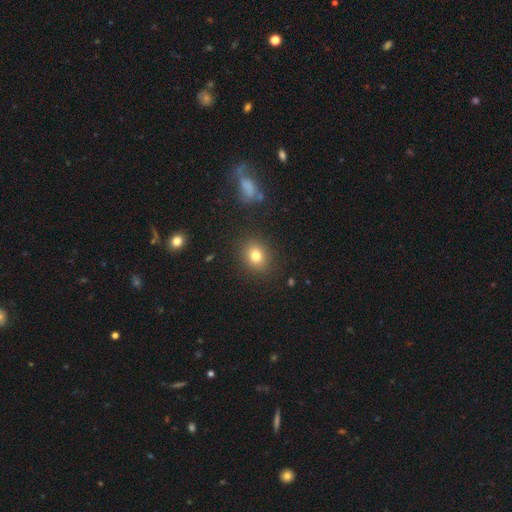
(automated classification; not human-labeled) Overall: smooth (78%). How rounded: round (64%; in between 35%). Merging: none (87%).